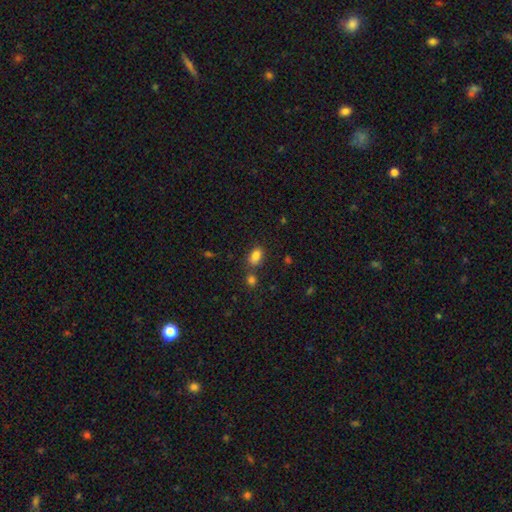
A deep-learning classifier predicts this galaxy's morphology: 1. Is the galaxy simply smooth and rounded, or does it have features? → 83% smooth, 10% star or artifact, 7% featured or disk.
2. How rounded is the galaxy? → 85% in between, 14% round, 2% cigar-shaped.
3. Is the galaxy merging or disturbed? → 70% none, 14% merger, 12% minor disturbance, 3% major disturbance.